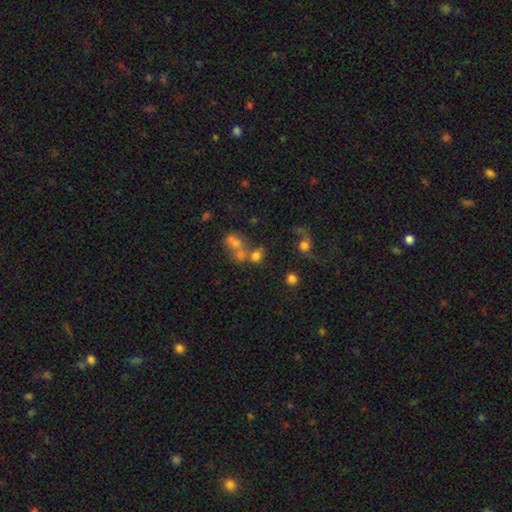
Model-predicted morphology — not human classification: This appears to be a smooth galaxy with no disk features (66%) that is round (69%). Merging: merger (44%).